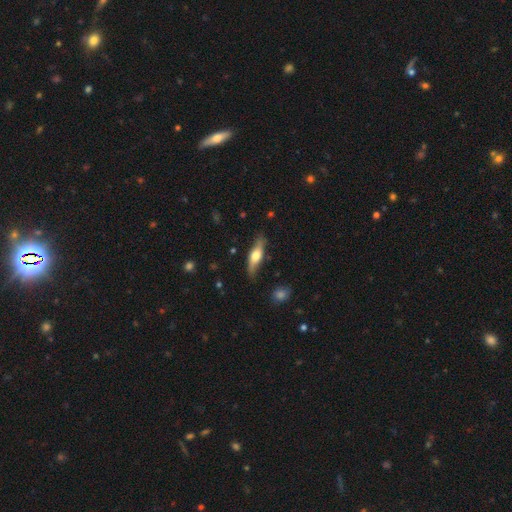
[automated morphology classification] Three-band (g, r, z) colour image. It shows a smooth galaxy with no disk features (50%) that is cigar-shaped (61%). Merging: none (82%).